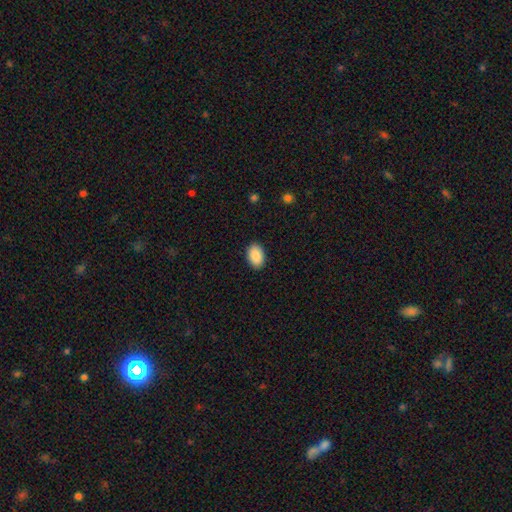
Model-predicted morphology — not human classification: Smooth or featured: smooth — 90% (star or artifact — 7%)
How rounded: in between — 90% (round — 9%)
Merging: none — 90% (minor disturbance — 7%)